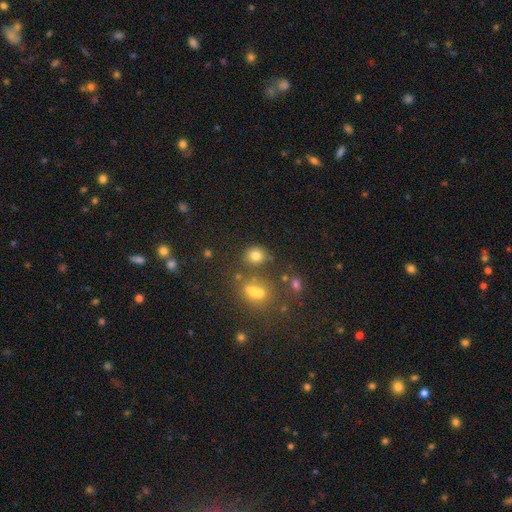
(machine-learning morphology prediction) This appears to be a smooth galaxy with no disk features (75%) that is round (73%). Merging: none (72%).